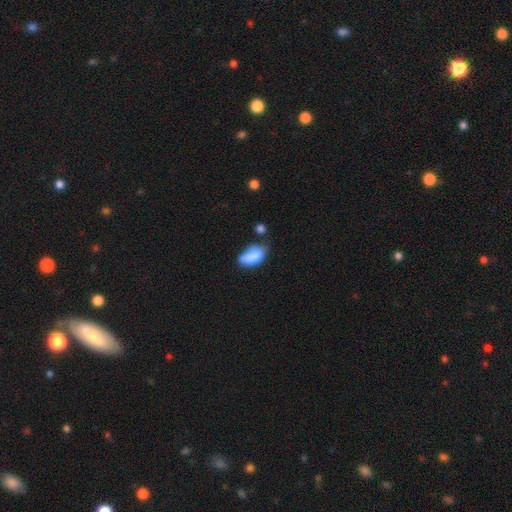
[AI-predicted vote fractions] The model was most divided on "merging": minor disturbance: 35%, none: 33%, major disturbance: 16%, merger: 16%. More confident: how rounded — in between (90%); smooth or featured — smooth (79%).